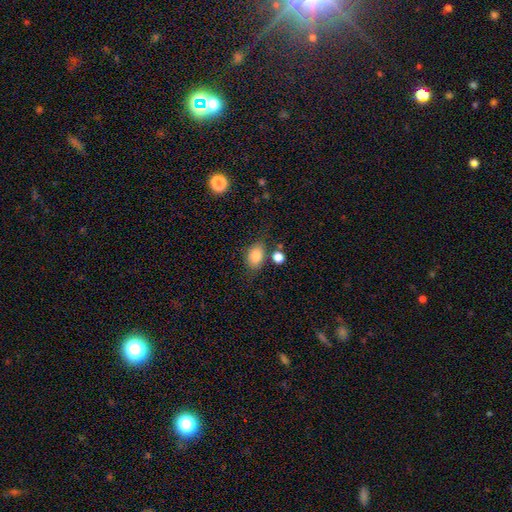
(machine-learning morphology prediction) Smooth or featured?
  - smooth: 83% *
  - star or artifact: 9%
  - featured or disk: 8%
How rounded?
  - in between: 74% *
  - round: 25%
  - cigar-shaped: 1%
Merging?
  - none: 66% *
  - minor disturbance: 18%
  - merger: 11%
  - major disturbance: 6%